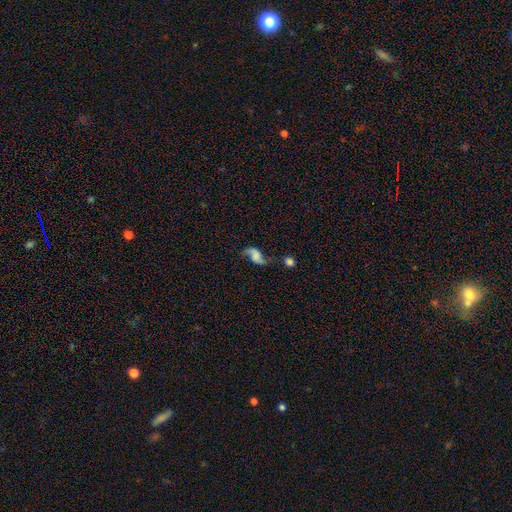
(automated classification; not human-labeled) smooth_or_featured: featured or disk (p=0.72) [alt: smooth p=0.19]
disk_edge_on: no (p=0.96) [alt: yes p=0.04]
bar: no (p=0.56) [alt: weak p=0.33]
has_spiral_arms: yes (p=0.93) [alt: no p=0.07]
spiral_winding: loose (p=0.85) [alt: medium p=0.12]
spiral_arm_count: 2 (p=0.90) [alt: 1 p=0.05]
bulge_size: none (p=0.44) [alt: small p=0.18]
merging: none (p=0.55) [alt: minor disturbance p=0.20]